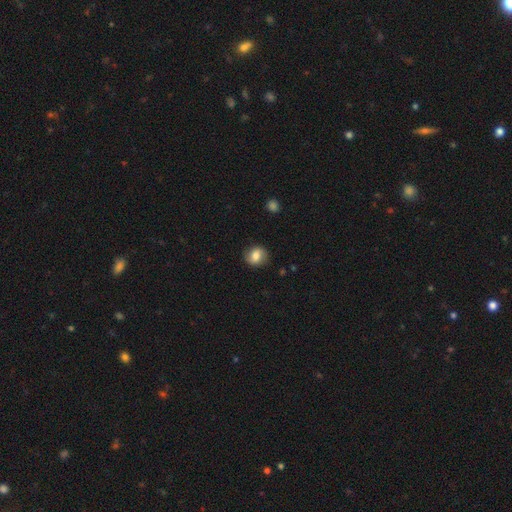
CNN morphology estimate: Smooth or featured: smooth — 69% (featured or disk — 22%)
How rounded: round — 69% (in between — 30%)
Merging: none — 82% (minor disturbance — 13%)